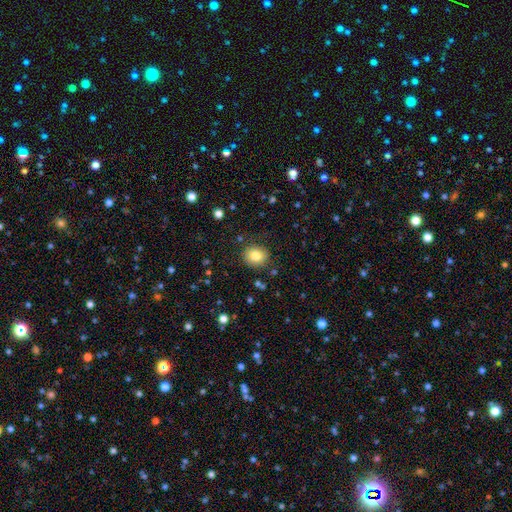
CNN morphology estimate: Q: Smooth or featured?
A: smooth (82%); runner-up: star or artifact (10%)
Q: How rounded?
A: round (79%); runner-up: in between (20%)
Q: Merging?
A: none (85%); runner-up: minor disturbance (10%)